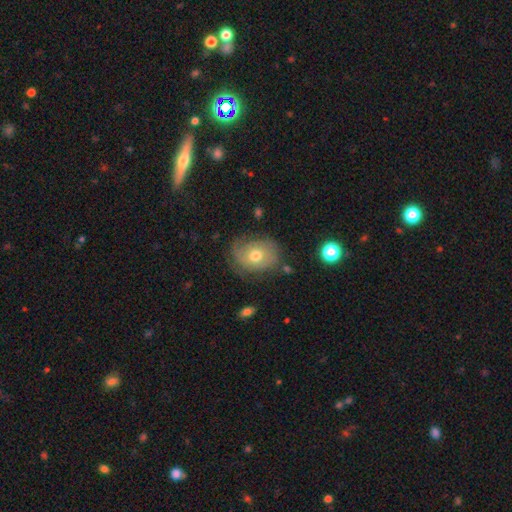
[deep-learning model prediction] This appears to be a smooth galaxy with no disk features (48%). Merging: none (61%).